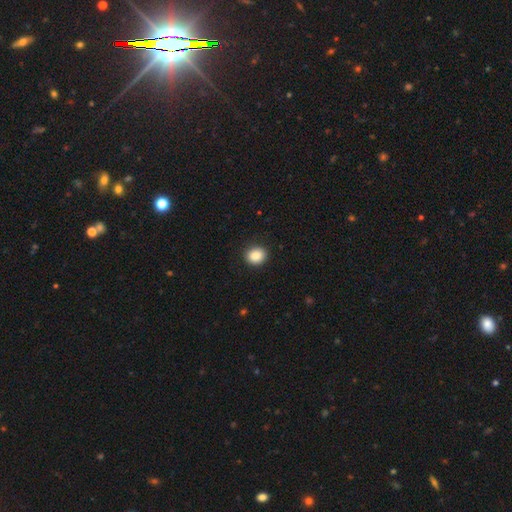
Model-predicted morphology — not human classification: A smooth galaxy with no disk features (88%) that is round (73%).

Vote fractions:
- Smooth or featured? smooth: 88% / star or artifact: 9% / featured or disk: 3%
- How rounded? round: 73% / in between: 26% / cigar-shaped: 1%
- Merging? none: 90% / minor disturbance: 7% / major disturbance: 2% / merger: 1%